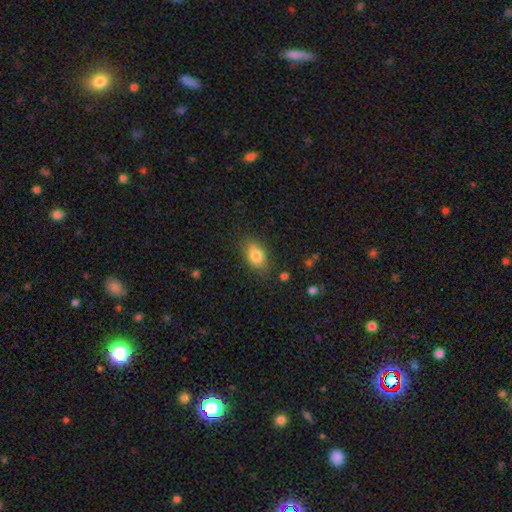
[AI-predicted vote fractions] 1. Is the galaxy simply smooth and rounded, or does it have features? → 82% smooth, 10% featured or disk, 8% star or artifact.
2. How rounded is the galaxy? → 81% in between, 17% round, 2% cigar-shaped.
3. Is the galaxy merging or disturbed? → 76% none, 18% minor disturbance, 4% major disturbance, 2% merger.